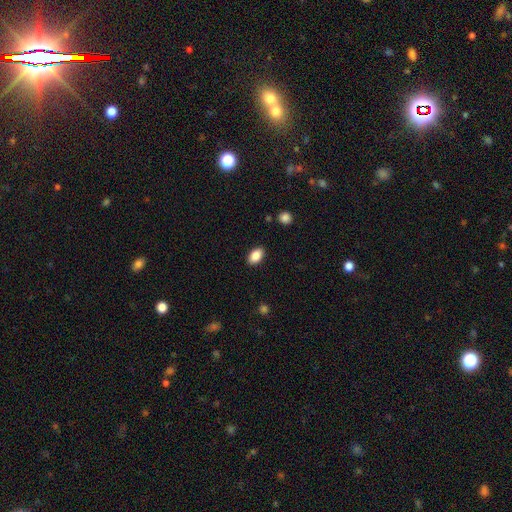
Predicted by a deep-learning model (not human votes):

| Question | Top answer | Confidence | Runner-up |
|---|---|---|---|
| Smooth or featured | smooth | 87% | star or artifact (8%) |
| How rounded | in between | 90% | round (9%) |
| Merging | none | 88% | minor disturbance (8%) |